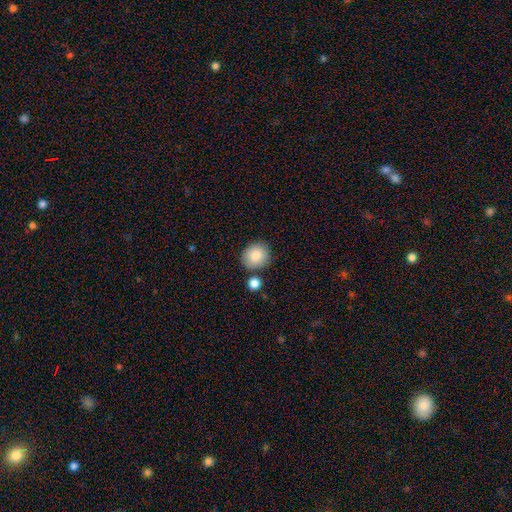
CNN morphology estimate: The model was most divided on "merging": none: 76%, minor disturbance: 12%, merger: 9%, major disturbance: 3%. More confident: smooth or featured — smooth (85%); how rounded — round (82%).